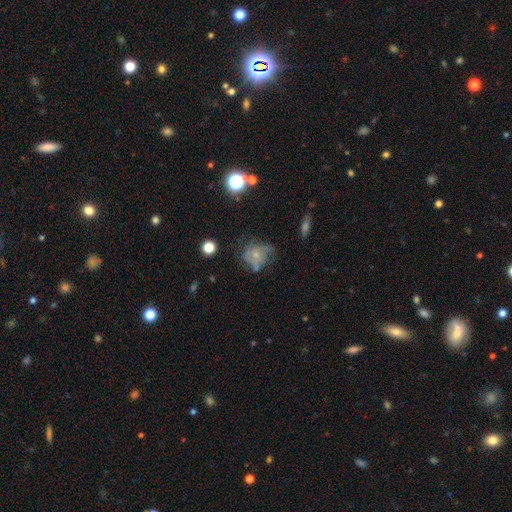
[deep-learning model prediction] Smooth or featured? Predicted: featured or disk (p=0.44). Merging? Predicted: none (p=0.35).